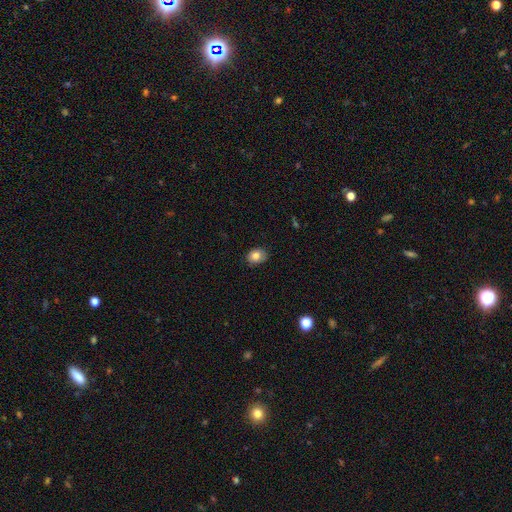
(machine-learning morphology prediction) This is clearly a smooth galaxy (82%). How rounded: possibly in between (56%). Merging: clearly none (80%).